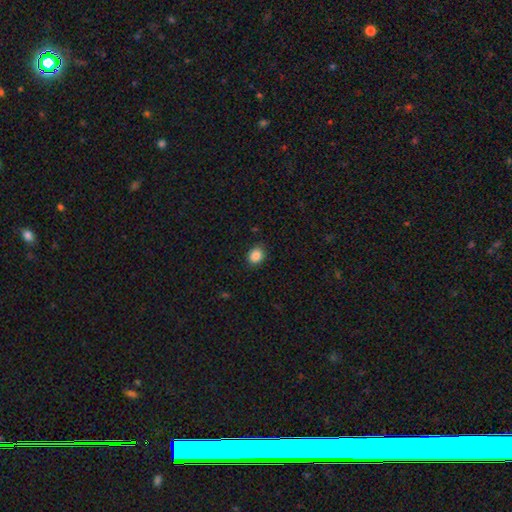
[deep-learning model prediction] Overall: smooth (87%). How rounded: round (58%; in between 41%). Merging: none (88%).